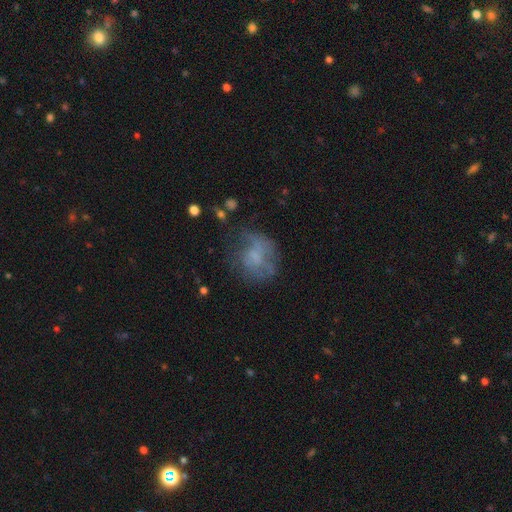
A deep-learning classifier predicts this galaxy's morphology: This appears to be a smooth galaxy with no disk features (46%). Merging: none (47%).